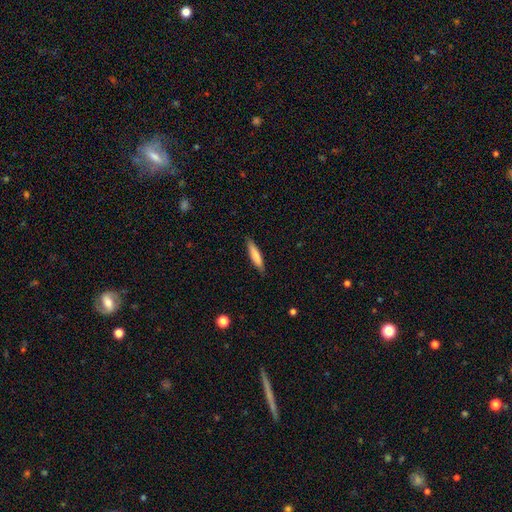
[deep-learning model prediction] smooth-or-featured: smooth: 77% | featured or disk: 17% | star or artifact: 6%
  how-rounded: cigar-shaped: 84% | in between: 14% | round: 1%
  merging: none: 87% | minor disturbance: 10% | major disturbance: 2% | merger: 1%